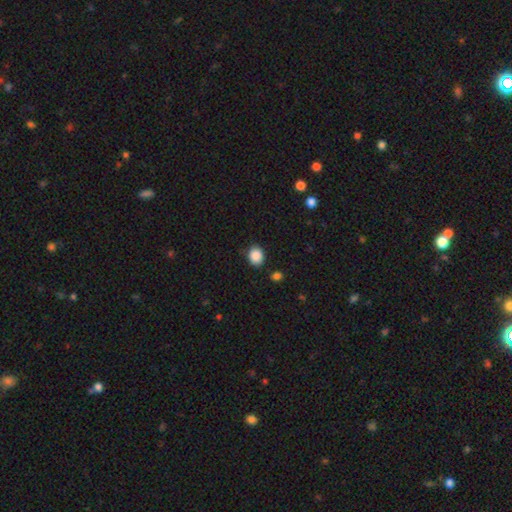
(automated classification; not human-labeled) A smooth galaxy with no disk features (88%) that is round (55%).

Vote fractions:
- Smooth or featured? smooth: 88% / star or artifact: 9% / featured or disk: 3%
- How rounded? round: 55% / in between: 44% / cigar-shaped: 1%
- Merging? none: 84% / minor disturbance: 11% / major disturbance: 3% / merger: 2%